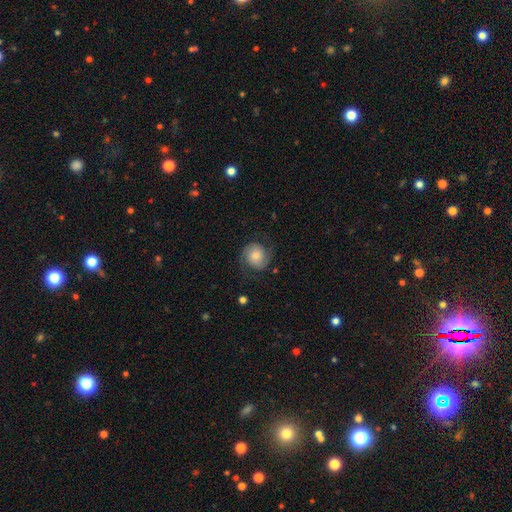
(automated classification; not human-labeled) A featured or disk galaxy (61%) with no bar (74%), 2 (90%) medium (45%) spiral arms (93%) and a moderate central bulge (42%). Merging: none (73%).